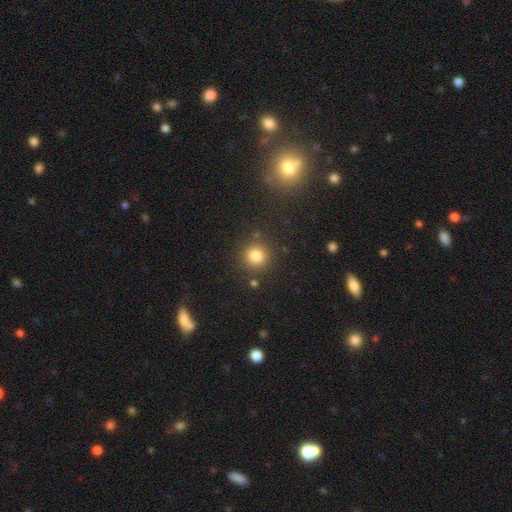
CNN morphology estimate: This appears to be a smooth galaxy with no disk features (81%) that is round (93%). Merging: none (84%).